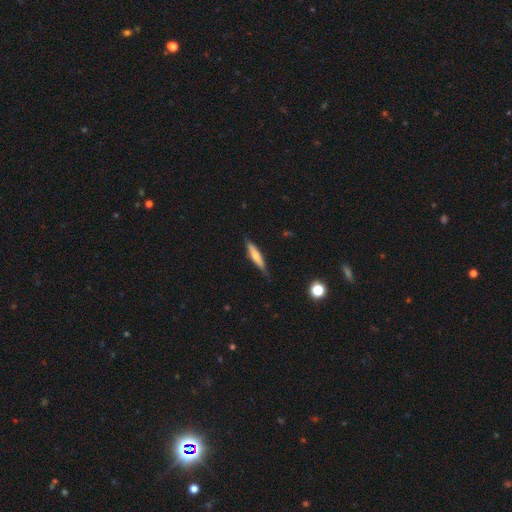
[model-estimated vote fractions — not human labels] A smooth galaxy with no disk features (61%) that is cigar-shaped (88%). Merging: none (80%).